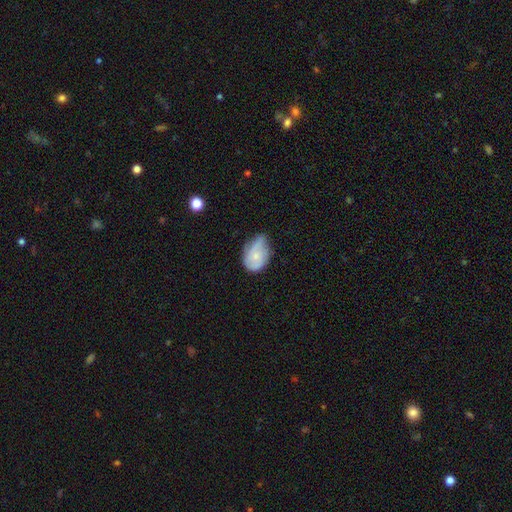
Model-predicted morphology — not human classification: Q: Smooth or featured?
A: smooth (57%); runner-up: featured or disk (35%)
Q: How rounded?
A: in between (76%); runner-up: round (22%)
Q: Merging?
A: minor disturbance (48%); runner-up: none (33%)